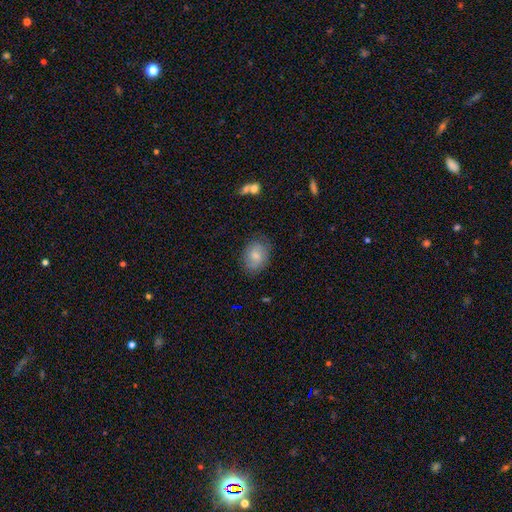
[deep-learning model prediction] Smooth or featured?
  - smooth: 69% *
  - featured or disk: 23%
  - star or artifact: 8%
How rounded?
  - in between: 64% *
  - round: 35%
  - cigar-shaped: 1%
Merging?
  - none: 76% *
  - minor disturbance: 18%
  - major disturbance: 5%
  - merger: 1%